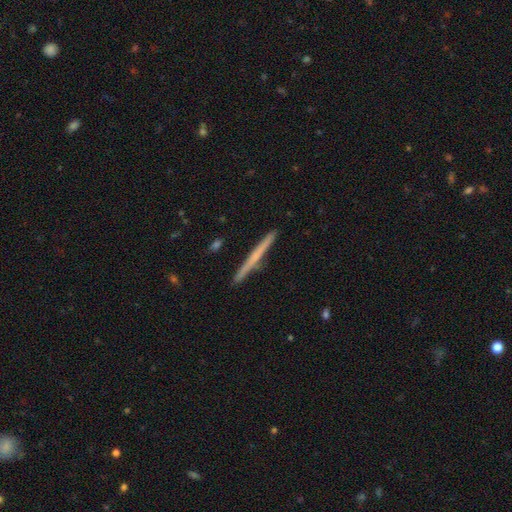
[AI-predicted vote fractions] Smooth or featured: featured or disk — 54% (smooth — 41%)
Edge-on disk: yes — 98% (no — 2%)
Edge-on bulge: none — 78% (rounded — 18%)
Merging: none — 91% (minor disturbance — 6%)